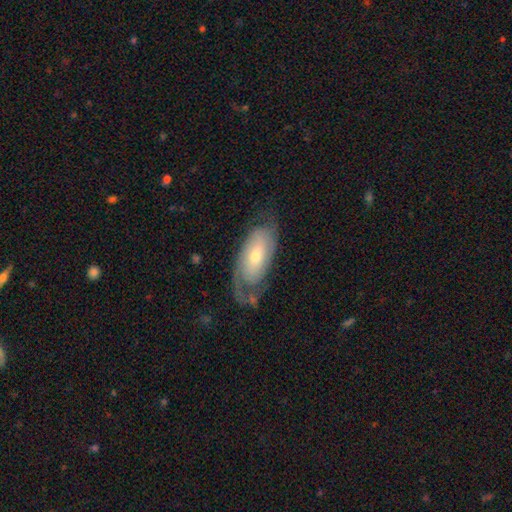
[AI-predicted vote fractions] Smooth or featured: featured or disk — 70% (smooth — 24%)
Edge-on disk: no — 91% (yes — 9%)
Bar: no — 60% (weak — 29%)
Spiral arms: yes — 88% (no — 12%)
Spiral winding: tight — 46% (medium — 35%)
Spiral arm count: 2 — 57% (can't tell — 19%)
Bulge size: moderate — 48% (small — 45%)
Merging: none — 59% (minor disturbance — 21%)